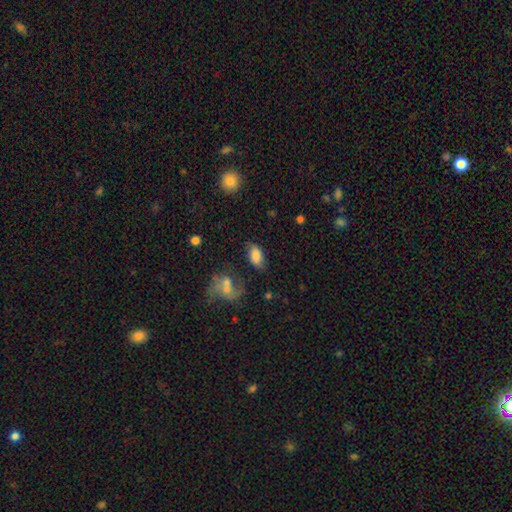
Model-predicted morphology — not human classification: Q: Smooth or featured?
A: smooth (78%); runner-up: featured or disk (14%)
Q: How rounded?
A: in between (92%); runner-up: round (4%)
Q: Merging?
A: none (64%); runner-up: minor disturbance (21%)